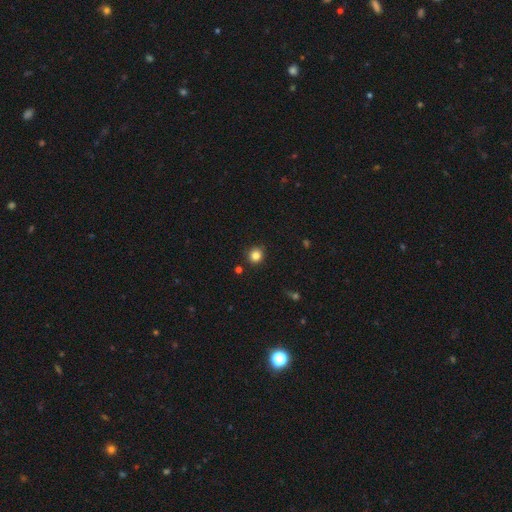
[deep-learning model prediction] The model was most divided on "smooth or featured": smooth: 83%, star or artifact: 12%, featured or disk: 5%. More confident: merging — none (88%); how rounded — round (87%).